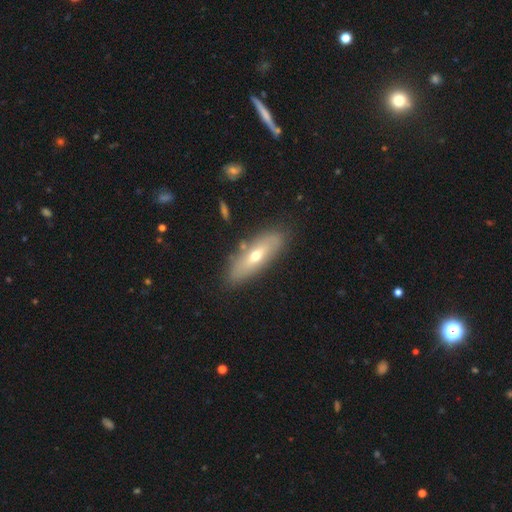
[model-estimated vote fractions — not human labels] Smooth or featured?
  - smooth: 48% *
  - featured or disk: 45%
  - star or artifact: 7%
Merging?
  - none: 82% *
  - minor disturbance: 12%
  - merger: 4%
  - major disturbance: 3%